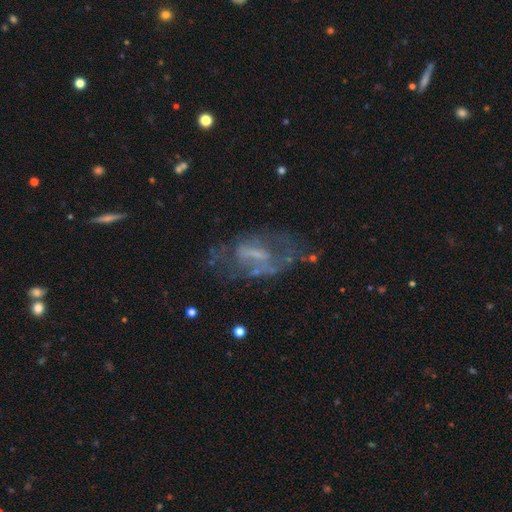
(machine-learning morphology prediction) Smooth or featured? Predicted: featured or disk (p=0.65). Edge-on disk? Predicted: no (p=0.93). Bar? Predicted: weak (p=0.41). Spiral arms? Predicted: no (p=0.57). Bulge size? Predicted: none (p=0.43). Merging? Predicted: none (p=0.48).